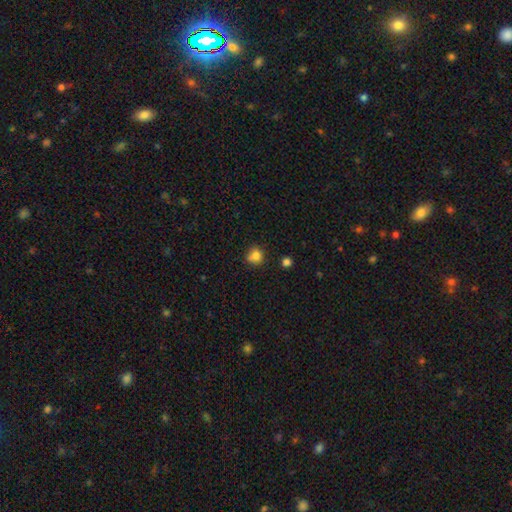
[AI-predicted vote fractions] Smooth or featured? smooth (81%)
How rounded? round (82%)
Merging? none (65%)